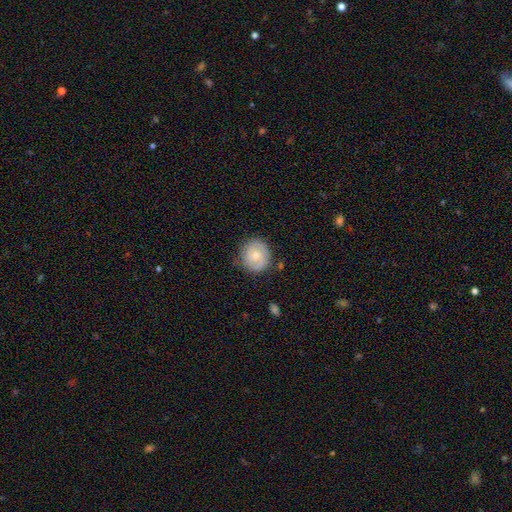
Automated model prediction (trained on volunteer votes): Smooth or featured? featured or disk (59%)
Edge-on disk? no (98%)
Bar? no (67%)
Spiral arms? yes (86%)
Bulge size? moderate (54%)
Merging? none (79%)